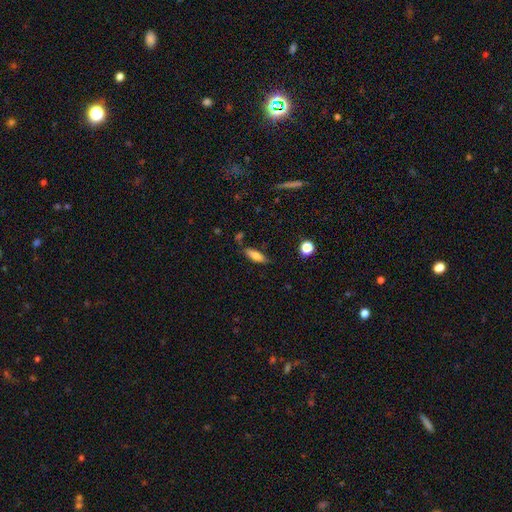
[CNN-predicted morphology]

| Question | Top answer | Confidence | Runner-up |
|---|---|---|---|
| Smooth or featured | smooth | 73% | featured or disk (19%) |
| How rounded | in between | 57% | cigar-shaped (40%) |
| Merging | none | 76% | minor disturbance (17%) |